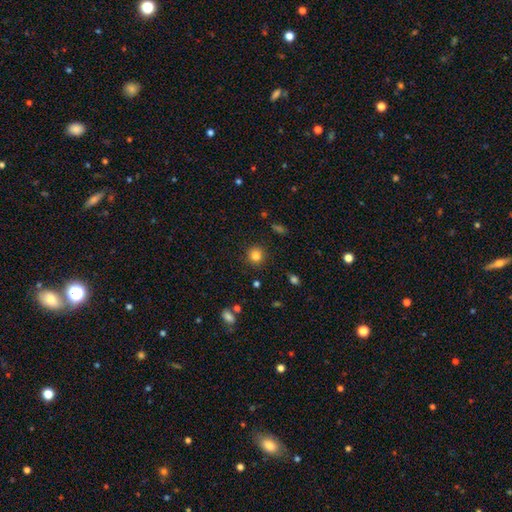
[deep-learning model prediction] Smooth or featured?
  - smooth: 82% *
  - star or artifact: 12%
  - featured or disk: 6%
How rounded?
  - round: 92% *
  - in between: 7%
  - cigar-shaped: 1%
Merging?
  - none: 90% *
  - minor disturbance: 6%
  - major disturbance: 2%
  - merger: 1%